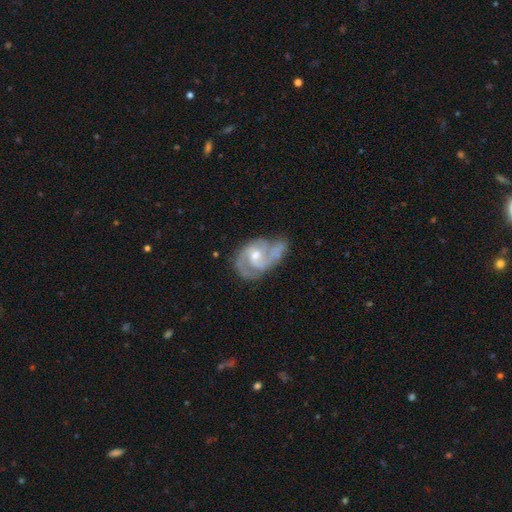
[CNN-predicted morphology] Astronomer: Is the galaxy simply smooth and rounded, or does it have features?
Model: featured or disk — 86%.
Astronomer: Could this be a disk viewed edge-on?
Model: no — 97%.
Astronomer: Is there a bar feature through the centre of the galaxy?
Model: no — 52% (runner-up: weak, 40%).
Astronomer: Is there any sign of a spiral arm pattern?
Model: yes — 95%.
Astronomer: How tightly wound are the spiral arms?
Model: medium — 50% (runner-up: tight, 33%).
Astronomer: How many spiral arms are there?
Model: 2 — 62%.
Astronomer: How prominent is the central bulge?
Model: moderate — 57% (runner-up: small, 37%).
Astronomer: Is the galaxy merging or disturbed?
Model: none — 50% (runner-up: minor disturbance, 28%).